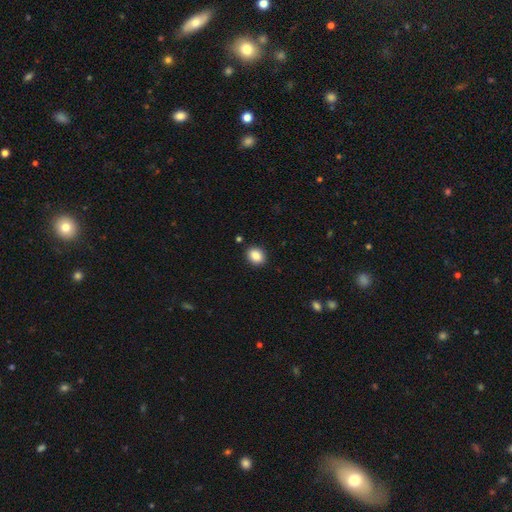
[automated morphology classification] Smooth or featured? Predicted: smooth (p=0.88). How rounded? Predicted: in between (p=0.54). Merging? Predicted: none (p=0.89).